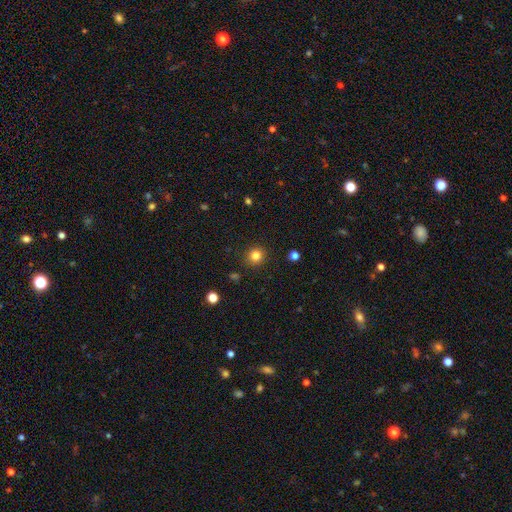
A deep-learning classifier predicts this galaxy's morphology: Q: Smooth or featured?
A: smooth (82%); runner-up: star or artifact (13%)
Q: How rounded?
A: round (92%); runner-up: in between (7%)
Q: Merging?
A: none (91%); runner-up: minor disturbance (6%)